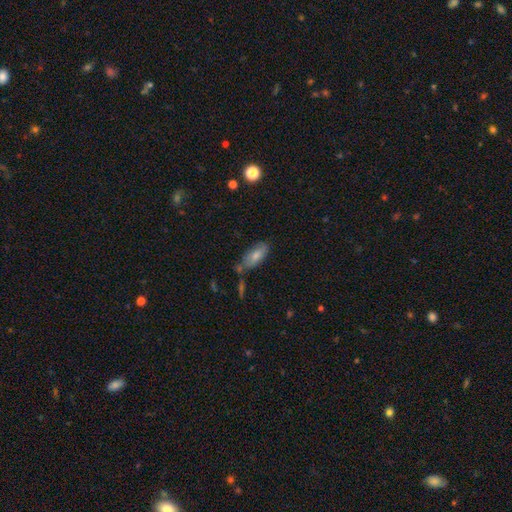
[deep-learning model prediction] This is likely a smooth galaxy (76%). How rounded: clearly in between (82%). Merging: possibly none (56%).